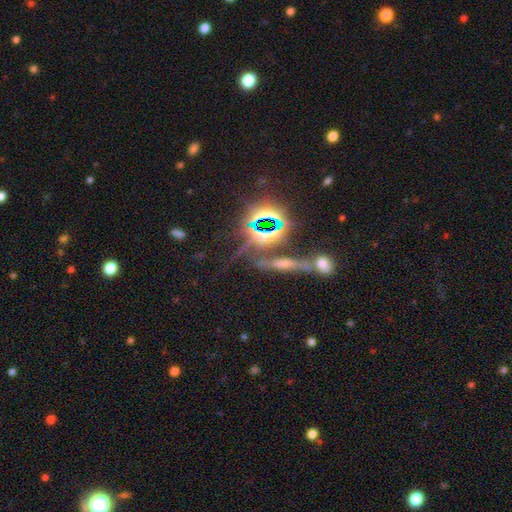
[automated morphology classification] A star or artifact, not a galaxy (59%).

Vote fractions:
- Smooth or featured? star or artifact: 59% / featured or disk: 24% / smooth: 17%